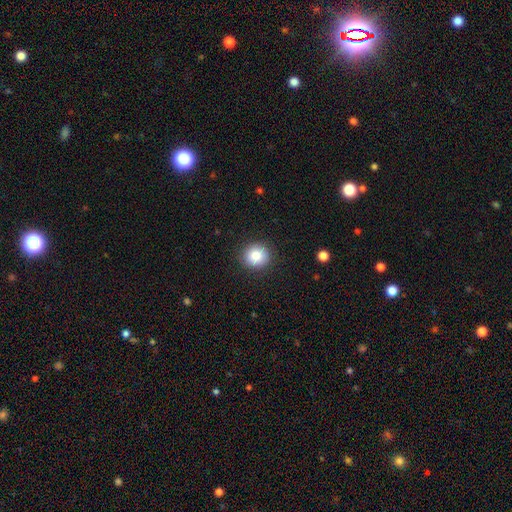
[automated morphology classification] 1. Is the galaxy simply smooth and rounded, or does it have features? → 83% smooth, 9% star or artifact, 8% featured or disk.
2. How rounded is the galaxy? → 88% round, 11% in between, 1% cigar-shaped.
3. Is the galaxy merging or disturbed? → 90% none, 7% minor disturbance, 2% major disturbance, 1% merger.